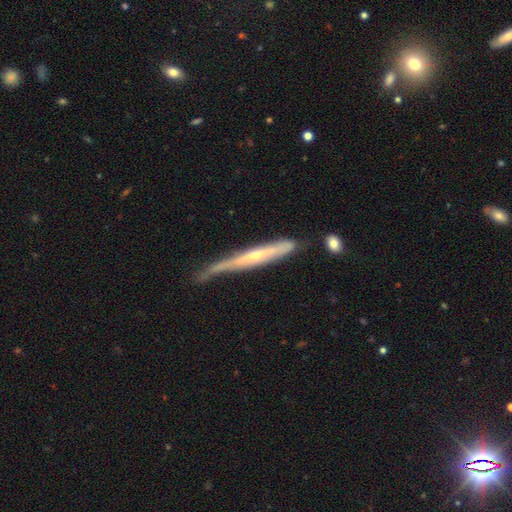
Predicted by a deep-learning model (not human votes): Smooth or featured?
  - featured or disk: 68% *
  - smooth: 26%
  - star or artifact: 6%
Edge-on disk?
  - yes: 89% *
  - no: 11%
Edge-on bulge?
  - rounded: 51% *
  - none: 44%
  - boxy: 6%
Merging?
  - none: 49% *
  - minor disturbance: 34%
  - major disturbance: 12%
  - merger: 5%